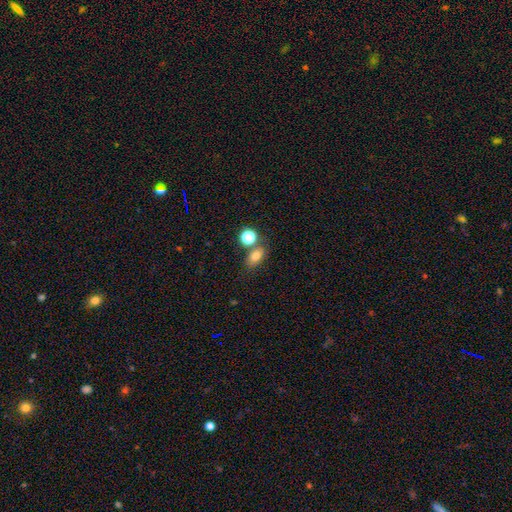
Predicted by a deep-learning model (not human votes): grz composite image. It shows a smooth galaxy with no disk features (76%) that is in between round and cigar-shaped (74%). Merging: none (64%).